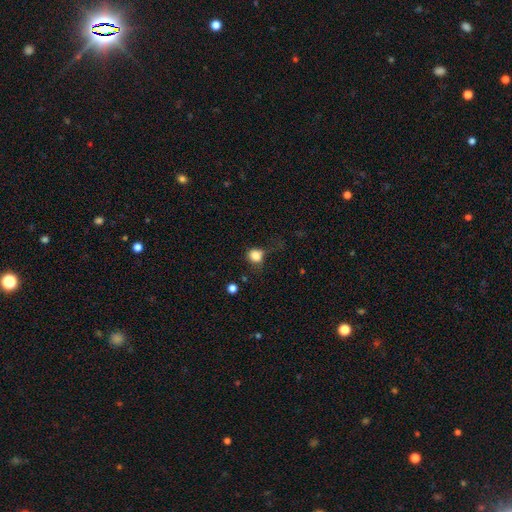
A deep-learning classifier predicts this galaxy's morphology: Smooth or featured? smooth (82%)
How rounded? round (71%)
Merging? none (46%)